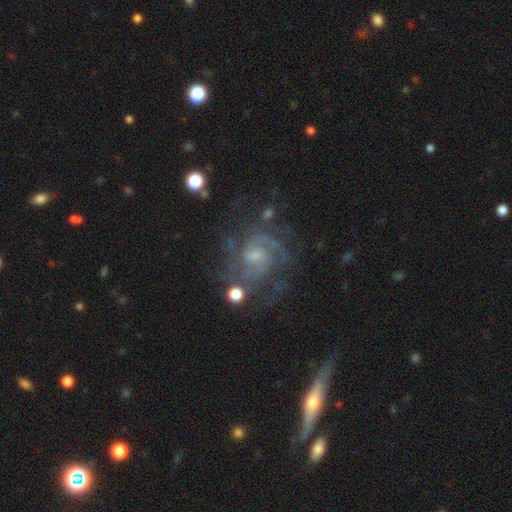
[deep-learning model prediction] Morphology: type=featured or disk (85%); edge-on=no (96%); bar=no (56%); spiral arms=yes (96%); winding=tight (51%); arm count=2 (51%); bulge=small (53%); merging=none (69%).